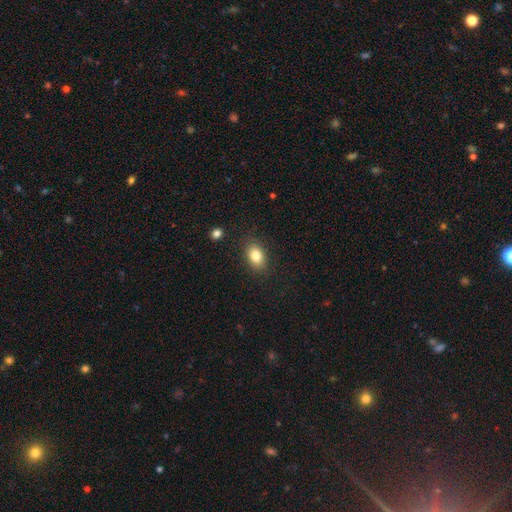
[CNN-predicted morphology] The model was most divided on "how rounded": in between: 77%, round: 22%, cigar-shaped: 1%. More confident: merging — none (86%); smooth or featured — smooth (82%).